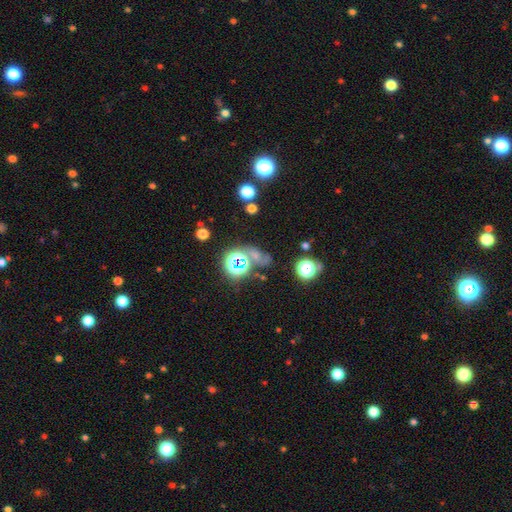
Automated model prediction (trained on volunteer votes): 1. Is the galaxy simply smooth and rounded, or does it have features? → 48% star or artifact, 35% smooth, 17% featured or disk.